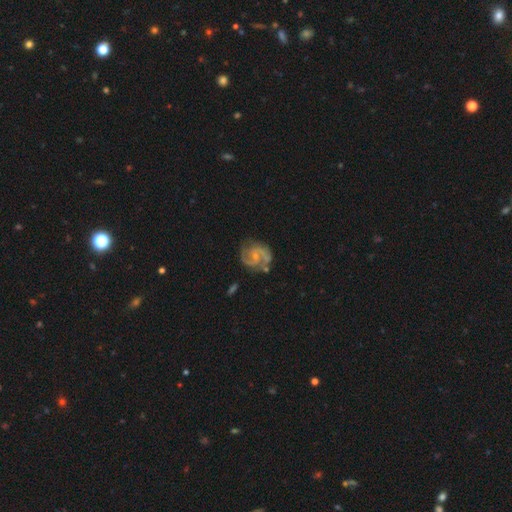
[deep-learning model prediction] The model was most divided on "bar": no: 48%, weak: 42%, strong: 10%. More confident: edge-on disk — no (98%); spiral arms — yes (97%); spiral arm count — 2 (89%); smooth or featured — featured or disk (88%); merging — none (70%); bulge size — small (66%); spiral winding — medium (57%).